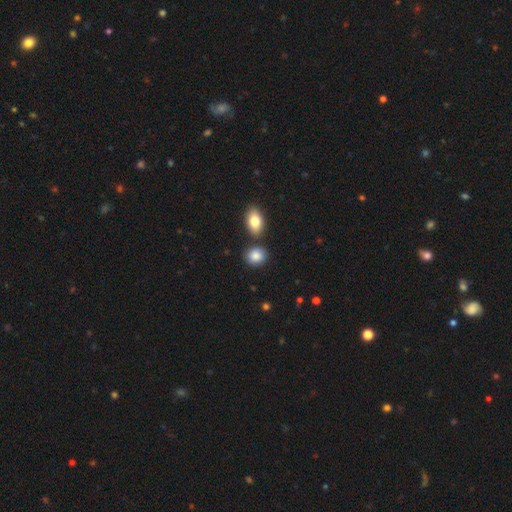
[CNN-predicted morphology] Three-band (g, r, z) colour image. It shows a smooth galaxy with no disk features (86%) that is round (59%). Merging: none (74%).